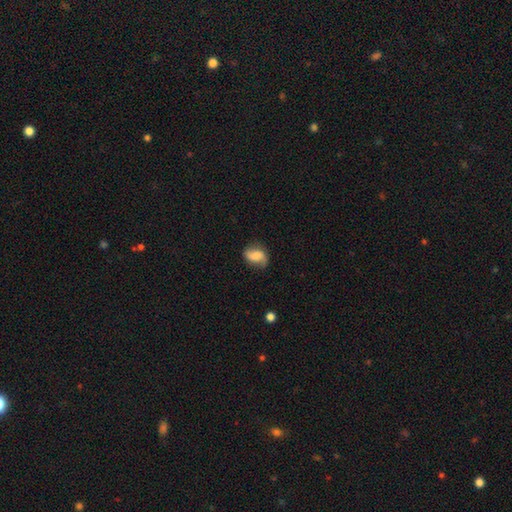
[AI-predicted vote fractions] smooth 52%, featured or disk 39%, star or artifact 9%. Down the decision tree: how rounded — in between (71%); merging — none (61%).